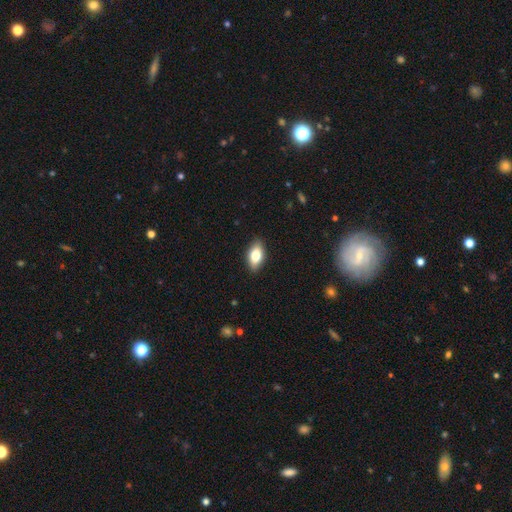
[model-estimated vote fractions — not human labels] This is likely a smooth galaxy (78%). How rounded: clearly in between (90%). Merging: clearly none (88%).